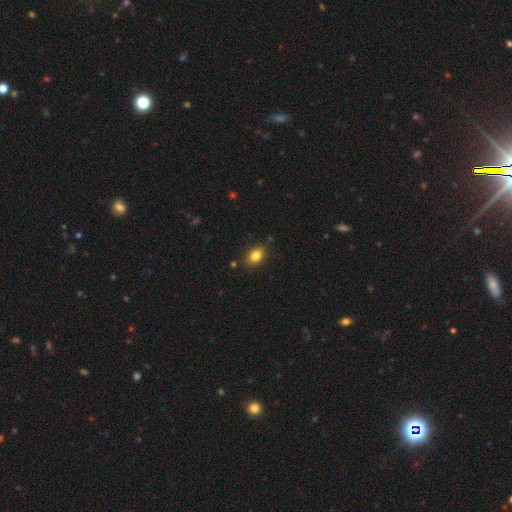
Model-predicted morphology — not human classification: type=smooth (84%); roundness=in between (79%); merging=none (84%).